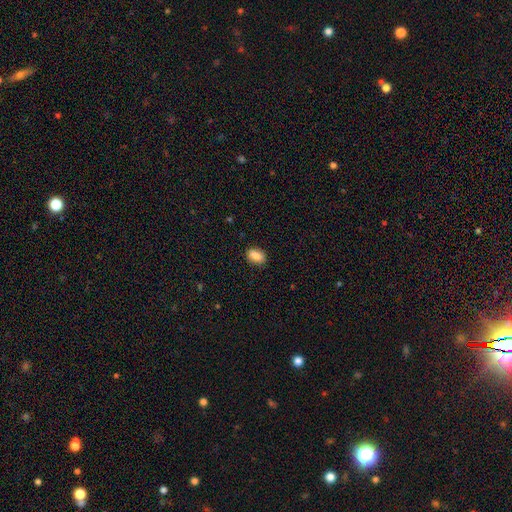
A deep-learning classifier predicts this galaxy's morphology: A smooth galaxy with no disk features (87%) that is in between round and cigar-shaped (85%). Merging: none (85%).